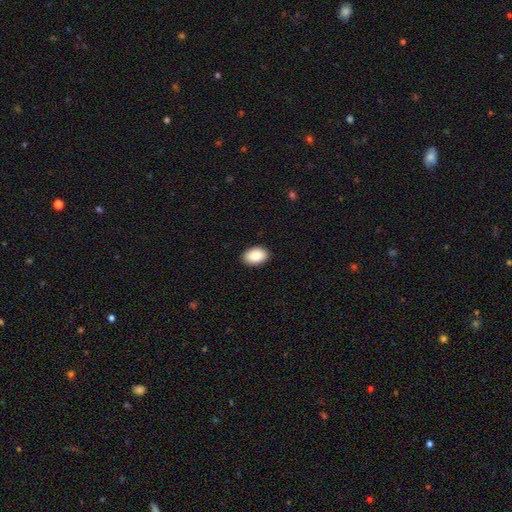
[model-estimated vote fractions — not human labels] Smooth or featured? smooth (89%)
How rounded? in between (89%)
Merging? none (90%)